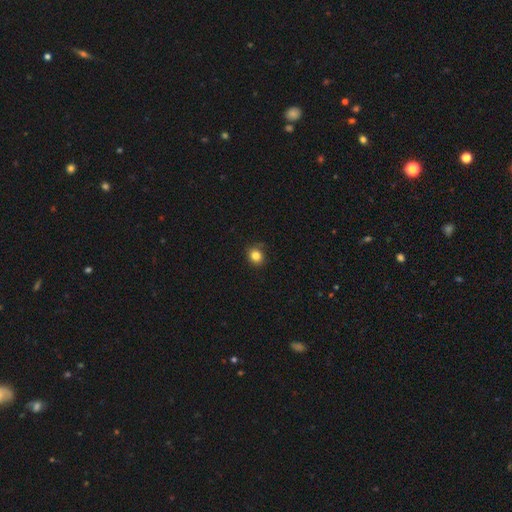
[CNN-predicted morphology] smooth 83%, star or artifact 12%, featured or disk 5%. Down the decision tree: how rounded — round (80%); merging — none (86%).